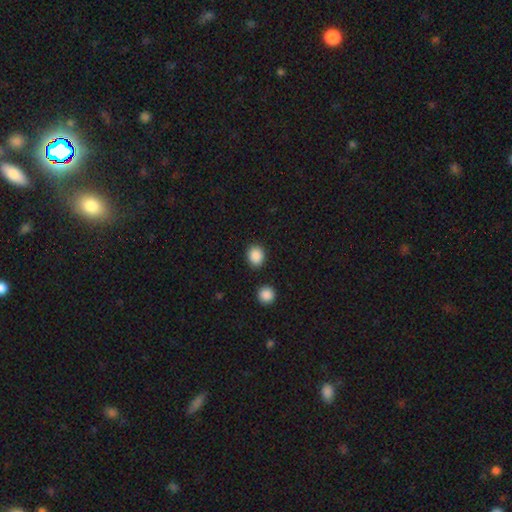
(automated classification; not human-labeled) This is clearly a smooth galaxy (89%). How rounded: likely round (67%). Merging: clearly none (87%).